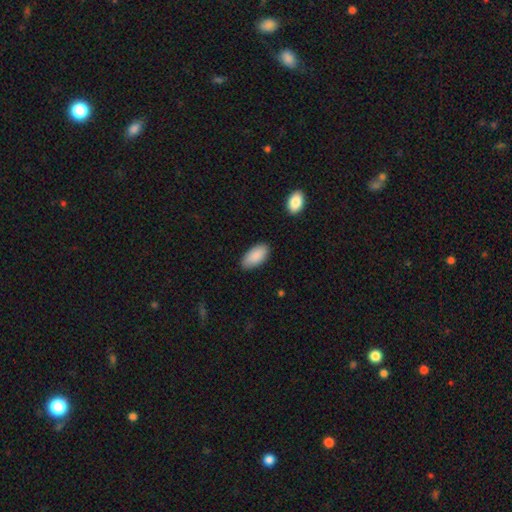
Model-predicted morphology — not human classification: smooth_or_featured: smooth (p=0.90) [alt: star or artifact p=0.06]
how_rounded: in between (p=0.95) [alt: cigar-shaped p=0.03]
merging: none (p=0.84) [alt: minor disturbance p=0.12]